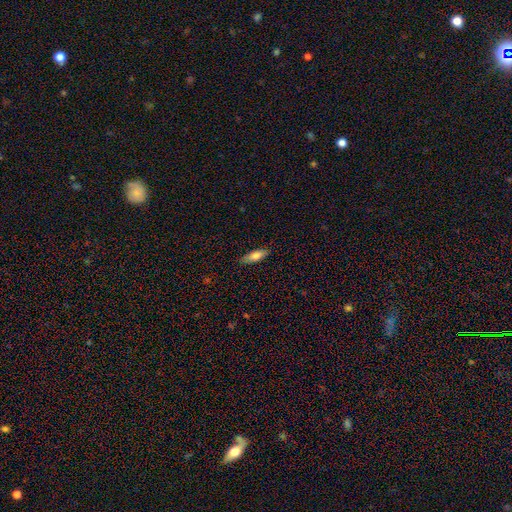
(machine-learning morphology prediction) Smooth or featured: smooth — 75% (featured or disk — 18%)
How rounded: in between — 60% (cigar-shaped — 38%)
Merging: none — 86% (minor disturbance — 11%)